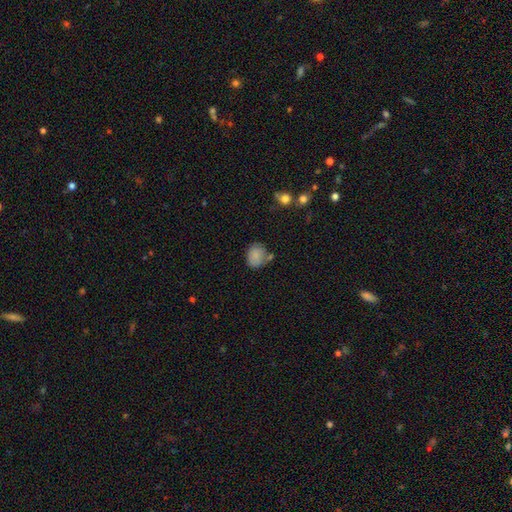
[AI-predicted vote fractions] A smooth galaxy with no disk features (82%) that is round (54%).

Vote fractions:
- Smooth or featured? smooth: 82% / featured or disk: 9% / star or artifact: 8%
- How rounded? round: 54% / in between: 45% / cigar-shaped: 1%
- Merging? none: 58% / minor disturbance: 22% / merger: 14% / major disturbance: 6%